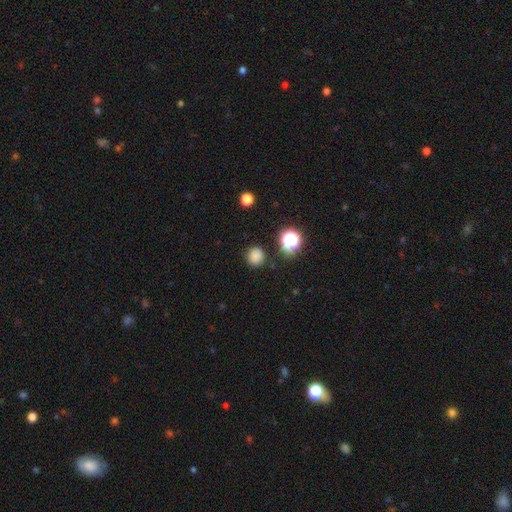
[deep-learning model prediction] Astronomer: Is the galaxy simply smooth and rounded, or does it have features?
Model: smooth — 80%.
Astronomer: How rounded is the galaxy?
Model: round — 90%.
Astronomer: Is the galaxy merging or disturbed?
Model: none — 86%.